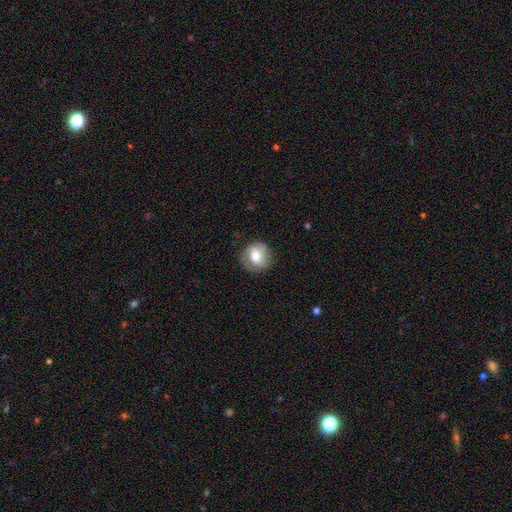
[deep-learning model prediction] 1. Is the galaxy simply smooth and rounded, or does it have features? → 48% smooth, 44% featured or disk, 8% star or artifact.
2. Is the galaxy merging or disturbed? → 78% none, 15% minor disturbance, 6% major disturbance, 1% merger.